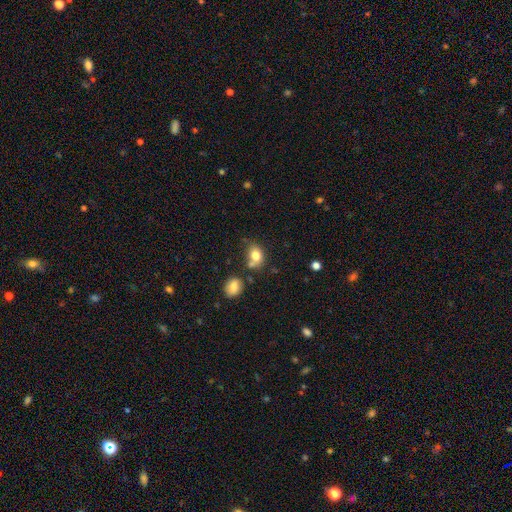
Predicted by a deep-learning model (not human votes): A smooth galaxy with no disk features (79%) that is in between round and cigar-shaped (62%). Merging: none (48%).